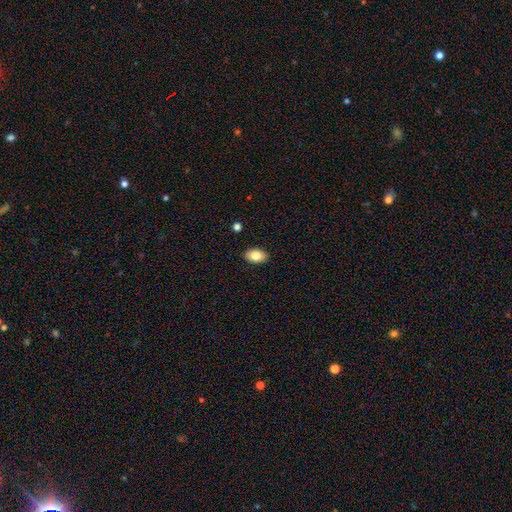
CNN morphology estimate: This is clearly a smooth galaxy (83%). How rounded: clearly in between (88%). Merging: clearly none (89%).